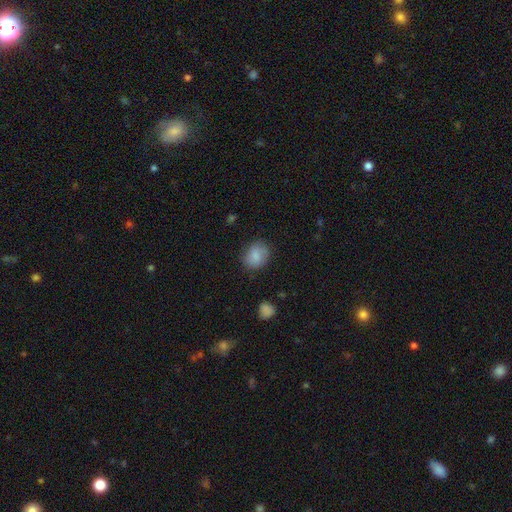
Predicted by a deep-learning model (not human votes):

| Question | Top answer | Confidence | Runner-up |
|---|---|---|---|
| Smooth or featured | smooth | 83% | featured or disk (9%) |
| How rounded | round | 56% | in between (43%) |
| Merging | none | 75% | minor disturbance (19%) |